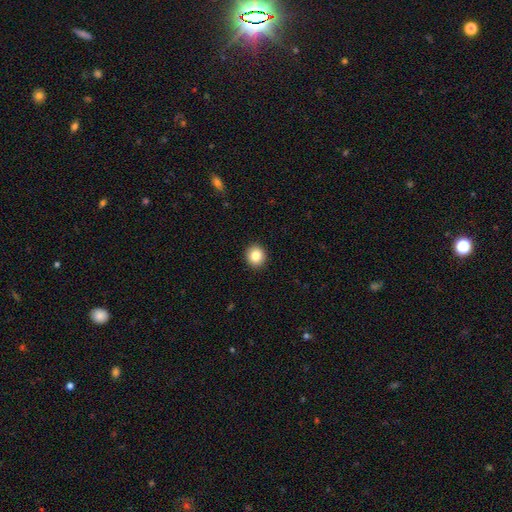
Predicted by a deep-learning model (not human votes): smooth 84%, star or artifact 9%, featured or disk 7%. Down the decision tree: how rounded — round (85%); merging — none (93%).